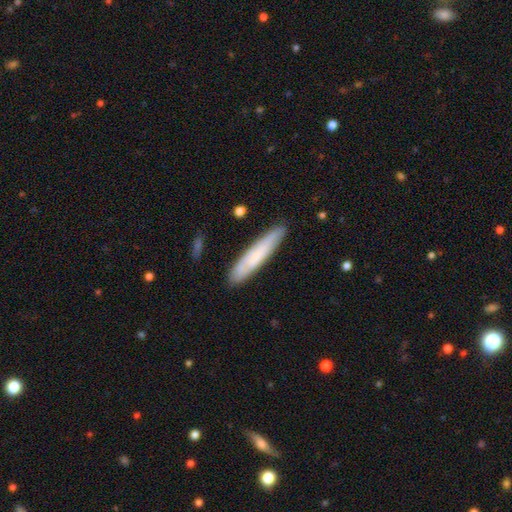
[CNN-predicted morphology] smooth_or_featured: smooth (p=0.64) [alt: featured or disk p=0.30]
how_rounded: cigar-shaped (p=0.89) [alt: in between p=0.10]
merging: none (p=0.86) [alt: minor disturbance p=0.10]